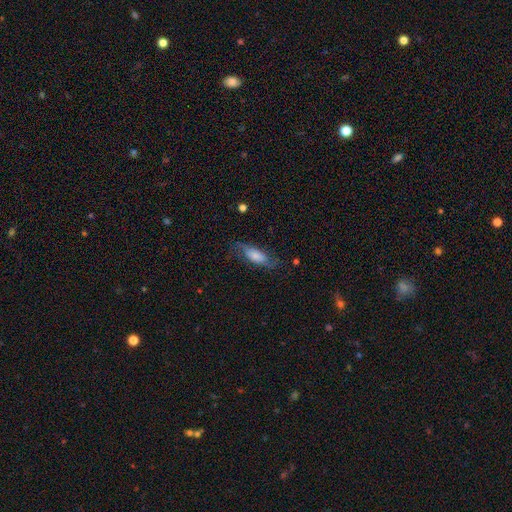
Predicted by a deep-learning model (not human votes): The model was most divided on "smooth or featured": smooth: 56%, featured or disk: 36%, star or artifact: 8%. More confident: how rounded — in between (73%); merging — none (61%).